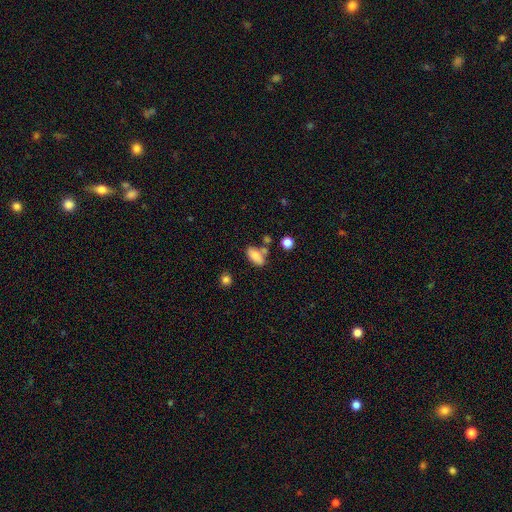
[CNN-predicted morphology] The model was most divided on "merging": none: 56%, merger: 19%, minor disturbance: 18%, major disturbance: 6%. More confident: how rounded — in between (89%); smooth or featured — smooth (81%).